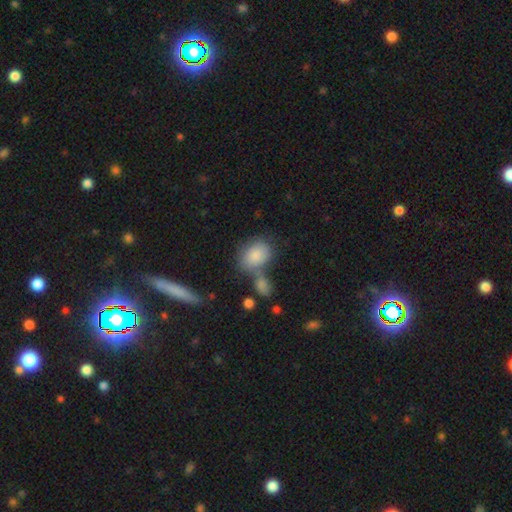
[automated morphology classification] type=smooth (84%); roundness=in between (65%); merging=none (46%).